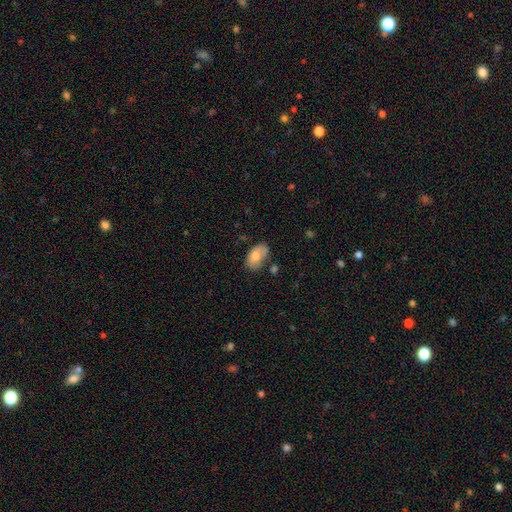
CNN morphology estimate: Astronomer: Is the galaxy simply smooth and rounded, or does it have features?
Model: smooth — 72%.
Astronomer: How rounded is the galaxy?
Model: in between — 92%.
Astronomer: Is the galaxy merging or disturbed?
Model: none — 57%.